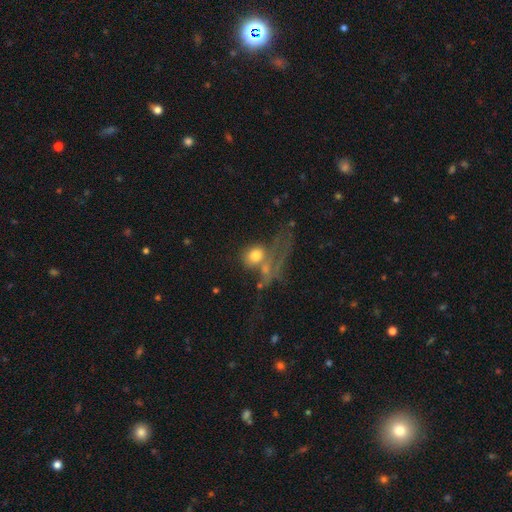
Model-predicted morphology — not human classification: Q: Smooth or featured?
A: smooth (67%); runner-up: featured or disk (21%)
Q: How rounded?
A: round (58%); runner-up: in between (40%)
Q: Merging?
A: merger (34%); runner-up: major disturbance (29%)